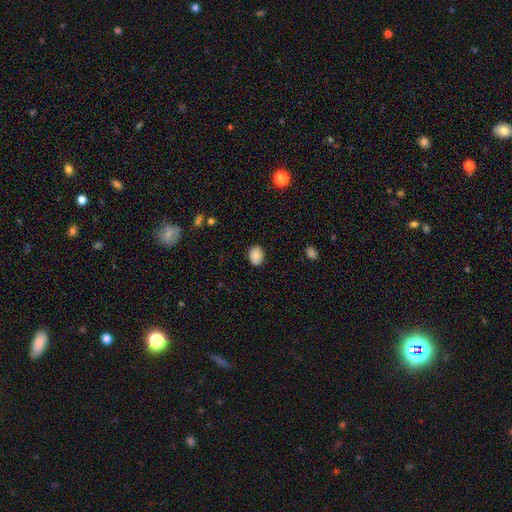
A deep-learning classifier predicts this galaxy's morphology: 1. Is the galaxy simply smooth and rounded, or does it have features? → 87% smooth, 8% star or artifact, 5% featured or disk.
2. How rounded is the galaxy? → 64% in between, 35% round, 1% cigar-shaped.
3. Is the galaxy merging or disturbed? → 83% none, 13% minor disturbance, 3% major disturbance, 1% merger.